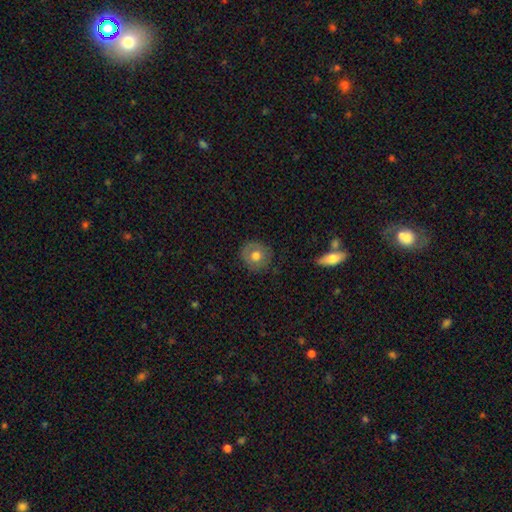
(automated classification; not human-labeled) smooth_or_featured: smooth (p=0.68) [alt: featured or disk p=0.24]
how_rounded: round (p=0.91) [alt: in between p=0.08]
merging: none (p=0.83) [alt: minor disturbance p=0.13]